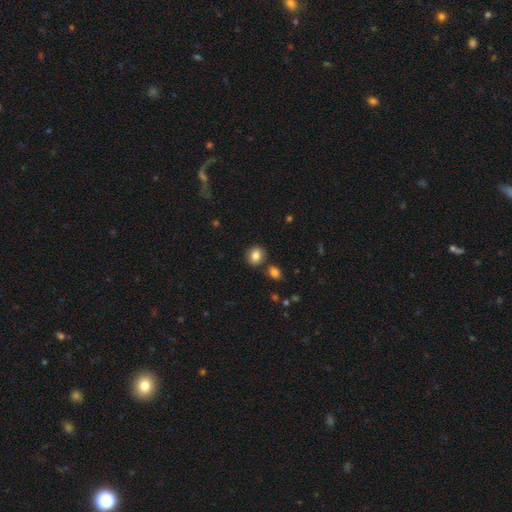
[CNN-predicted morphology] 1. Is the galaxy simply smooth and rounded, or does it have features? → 83% smooth, 10% star or artifact, 7% featured or disk.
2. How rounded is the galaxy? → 74% round, 25% in between, 1% cigar-shaped.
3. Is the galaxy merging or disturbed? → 80% none, 9% merger, 8% minor disturbance, 2% major disturbance.